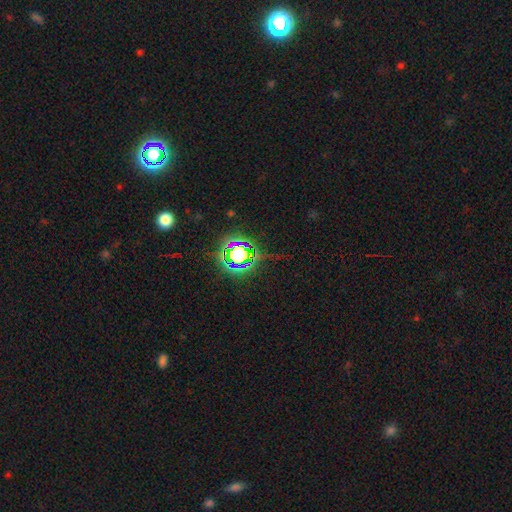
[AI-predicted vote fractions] Smooth or featured? star or artifact (79%)